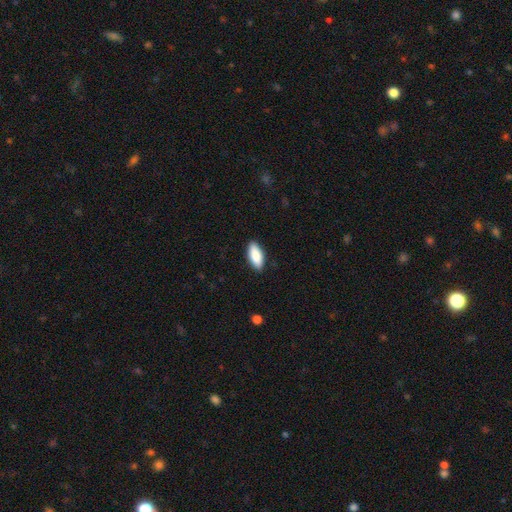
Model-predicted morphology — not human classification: smooth-or-featured: smooth: 86% | featured or disk: 8% | star or artifact: 6%
  how-rounded: in between: 85% | cigar-shaped: 13% | round: 2%
  merging: none: 88% | minor disturbance: 9% | major disturbance: 2% | merger: 1%